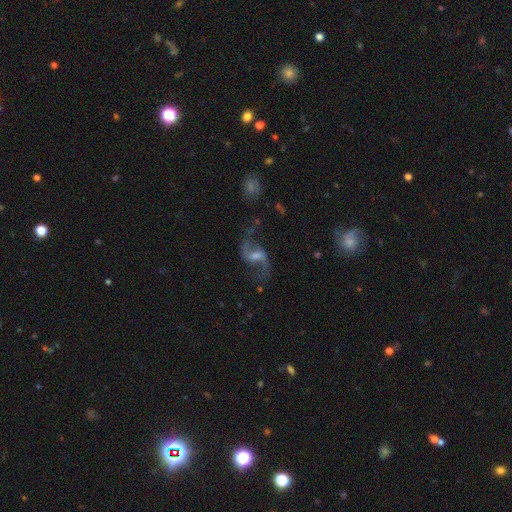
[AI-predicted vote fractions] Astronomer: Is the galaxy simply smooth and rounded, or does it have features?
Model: featured or disk — 87%.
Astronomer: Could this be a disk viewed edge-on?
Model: no — 97%.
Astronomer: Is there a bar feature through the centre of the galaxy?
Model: weak — 53%.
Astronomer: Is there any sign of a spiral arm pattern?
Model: yes — 96%.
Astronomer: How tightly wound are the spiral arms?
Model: loose — 82%.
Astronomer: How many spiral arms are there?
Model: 2 — 93%.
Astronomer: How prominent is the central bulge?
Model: small — 40% (runner-up: moderate, 37%).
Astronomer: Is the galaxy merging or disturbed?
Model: none — 72%.